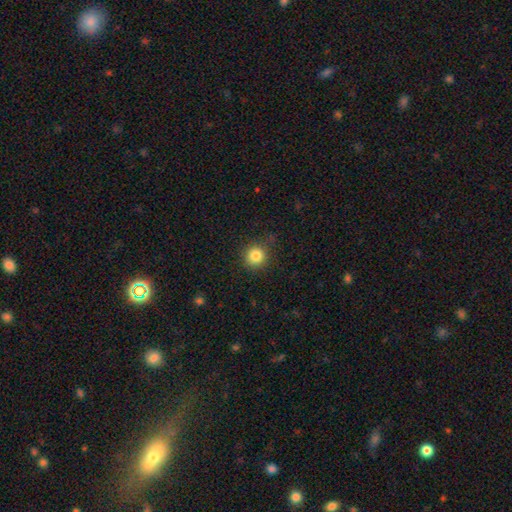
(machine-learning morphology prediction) smooth 84%, star or artifact 11%, featured or disk 5%. Down the decision tree: how rounded — round (93%); merging — none (85%).